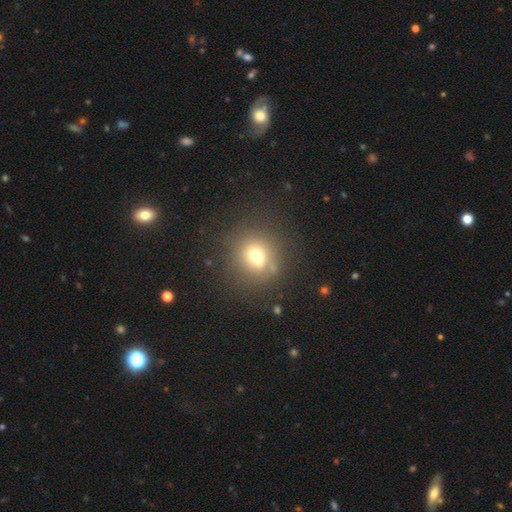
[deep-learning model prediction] Morphology: type=smooth (64%); roundness=round (84%); merging=none (69%).